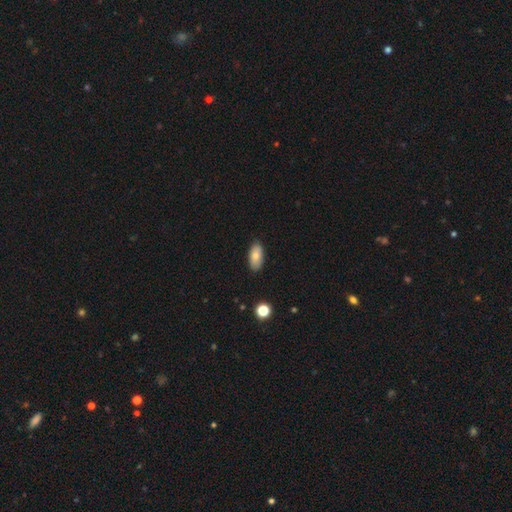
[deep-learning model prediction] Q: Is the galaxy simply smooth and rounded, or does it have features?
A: smooth — 81%.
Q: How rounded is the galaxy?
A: in between — 91%.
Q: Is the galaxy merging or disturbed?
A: none — 87%.